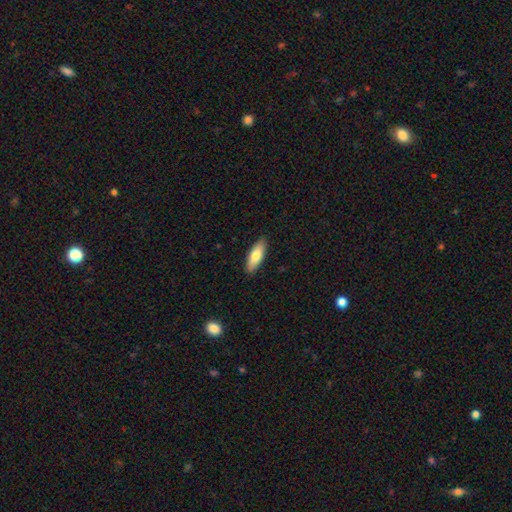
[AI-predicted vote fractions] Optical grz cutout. It shows a smooth galaxy with no disk features (76%) that is in between round and cigar-shaped (63%). Merging: none (90%).